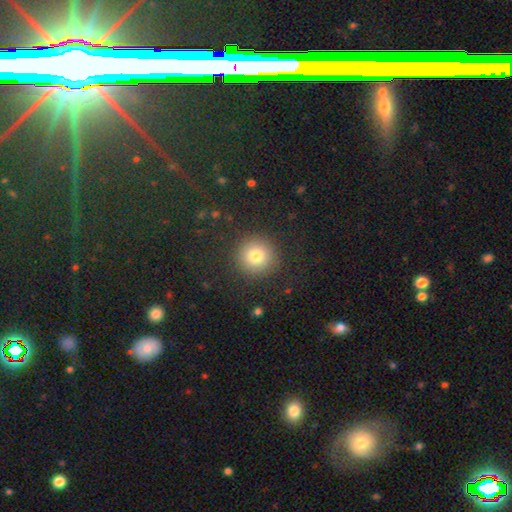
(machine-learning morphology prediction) Overall: smooth (77%). How rounded: round (94%). Merging: none (89%).